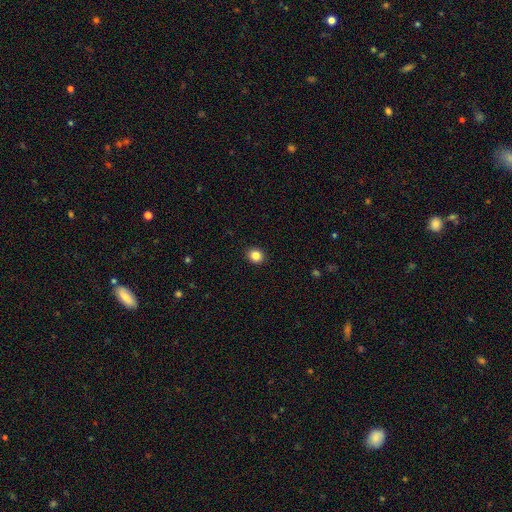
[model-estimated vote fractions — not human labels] Q: Smooth or featured?
A: smooth (85%); runner-up: star or artifact (11%)
Q: How rounded?
A: round (79%); runner-up: in between (20%)
Q: Merging?
A: none (92%); runner-up: minor disturbance (5%)